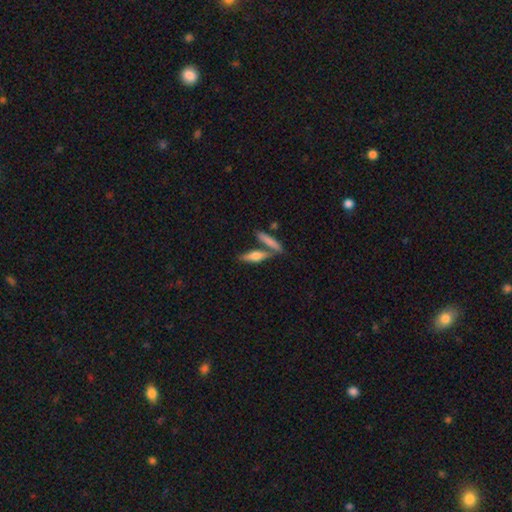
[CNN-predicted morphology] Smooth or featured? Predicted: smooth (p=0.62). How rounded? Predicted: cigar-shaped (p=0.64). Merging? Predicted: none (p=0.61).